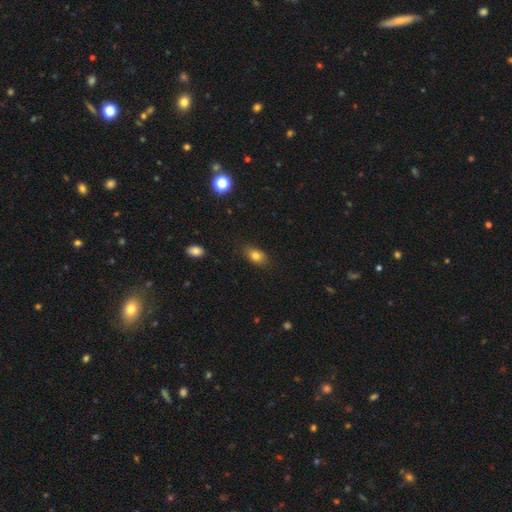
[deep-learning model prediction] Smooth or featured?
  - smooth: 80% *
  - star or artifact: 10%
  - featured or disk: 9%
How rounded?
  - in between: 83% *
  - round: 14%
  - cigar-shaped: 3%
Merging?
  - none: 83% *
  - minor disturbance: 13%
  - major disturbance: 3%
  - merger: 1%